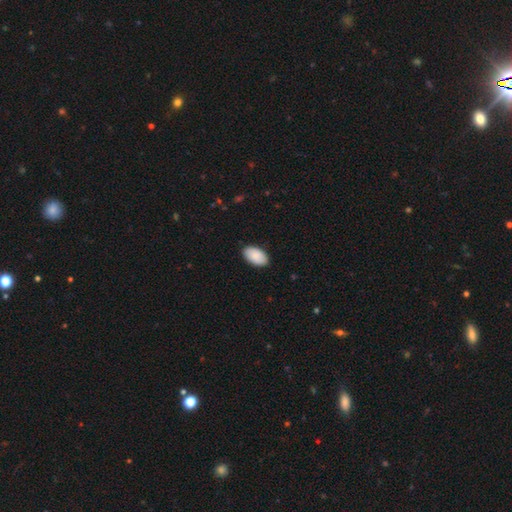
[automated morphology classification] A smooth galaxy with no disk features (90%) that is in between round and cigar-shaped (96%). Merging: none (88%).